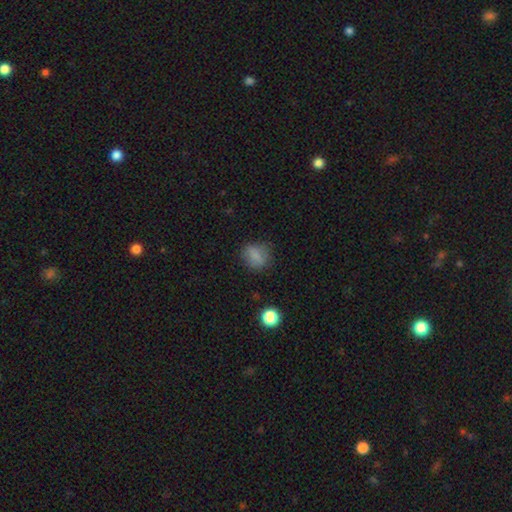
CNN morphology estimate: type=smooth (77%); roundness=round (53%); merging=none (74%).